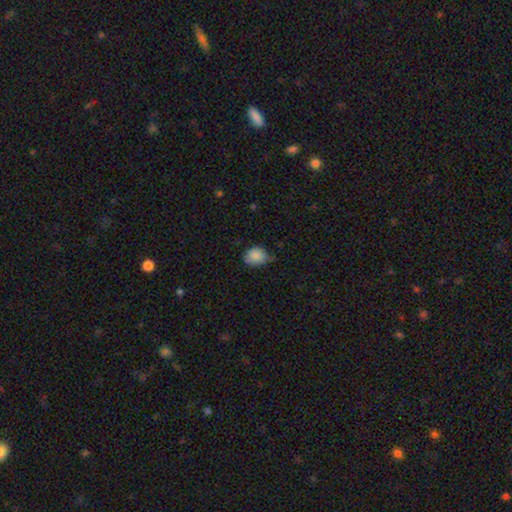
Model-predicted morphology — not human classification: smooth 86%, star or artifact 8%, featured or disk 5%. Down the decision tree: how rounded — round (51%); merging — none (49%).